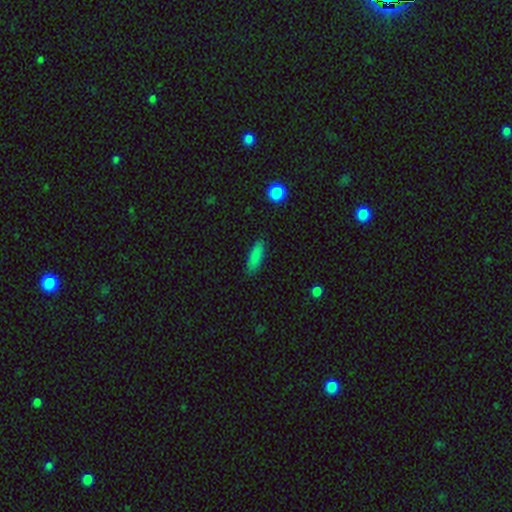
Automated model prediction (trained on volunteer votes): Q: Smooth or featured?
A: smooth (86%); runner-up: star or artifact (8%)
Q: How rounded?
A: in between (53%); runner-up: cigar-shaped (45%)
Q: Merging?
A: none (84%); runner-up: minor disturbance (12%)